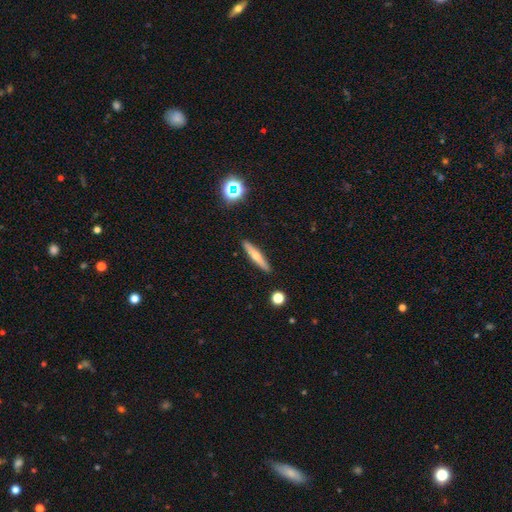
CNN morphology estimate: Smooth or featured: smooth — 50% (featured or disk — 43%)
Merging: none — 91% (minor disturbance — 6%)